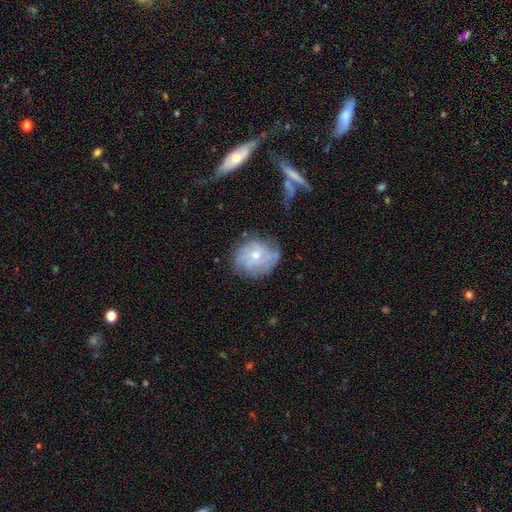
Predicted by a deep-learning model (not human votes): Smooth or featured? Predicted: featured or disk (p=0.73). Edge-on disk? Predicted: no (p=0.97). Bar? Predicted: no (p=0.75). Spiral arms? Predicted: yes (p=0.86). Spiral winding? Predicted: tight (p=0.55). Spiral arm count? Predicted: can't tell (p=0.41). Bulge size? Predicted: moderate (p=0.48, tied with small). Merging? Predicted: none (p=0.68).